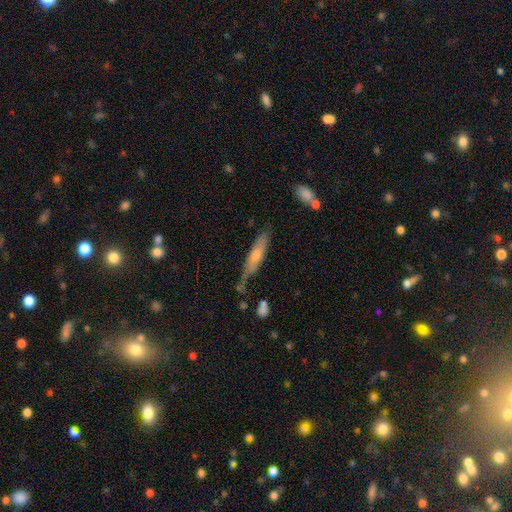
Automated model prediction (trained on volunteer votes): Q: Smooth or featured?
A: smooth (50%); runner-up: featured or disk (44%)
Q: How rounded?
A: cigar-shaped (76%); runner-up: in between (23%)
Q: Merging?
A: none (51%); runner-up: minor disturbance (29%)